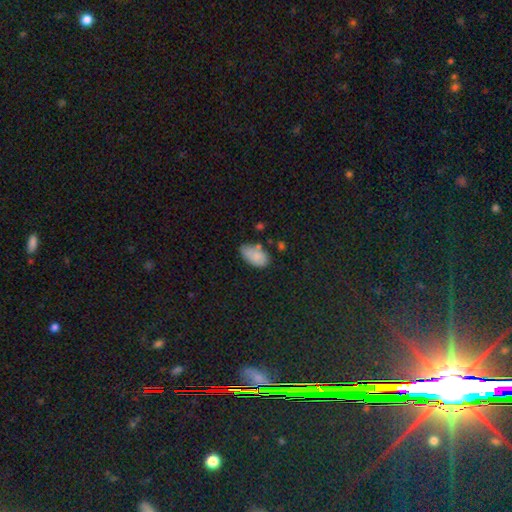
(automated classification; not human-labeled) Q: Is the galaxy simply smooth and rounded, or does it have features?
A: smooth — 83%.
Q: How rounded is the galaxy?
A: in between — 93%.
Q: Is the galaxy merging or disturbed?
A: none — 55%.